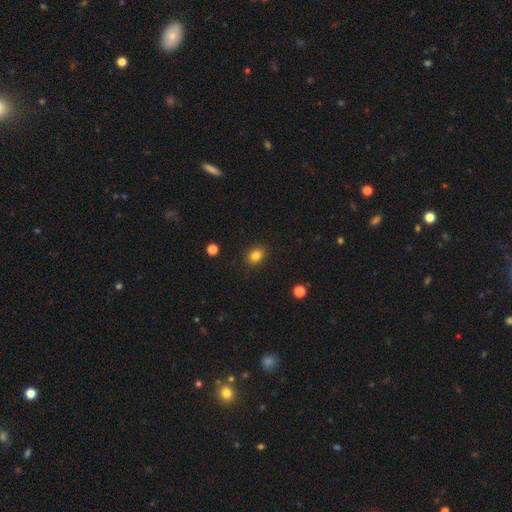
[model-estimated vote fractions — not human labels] The model was most divided on "how rounded": in between: 52%, round: 47%, cigar-shaped: 1%. More confident: merging — none (88%); smooth or featured — smooth (83%).